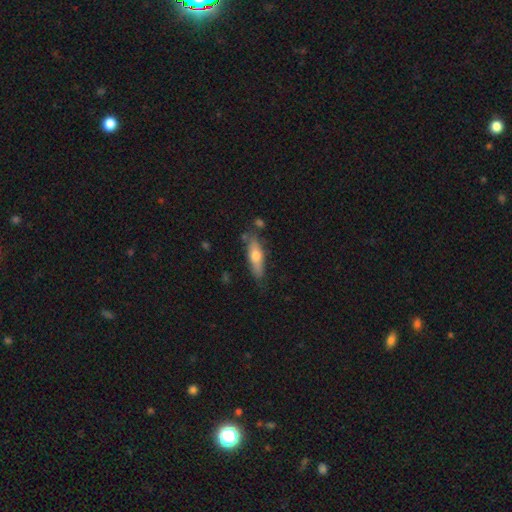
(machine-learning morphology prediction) smooth_or_featured: smooth (p=0.62) [alt: featured or disk p=0.32]
how_rounded: cigar-shaped (p=0.55) [alt: in between p=0.42]
merging: none (p=0.72) [alt: minor disturbance p=0.19]